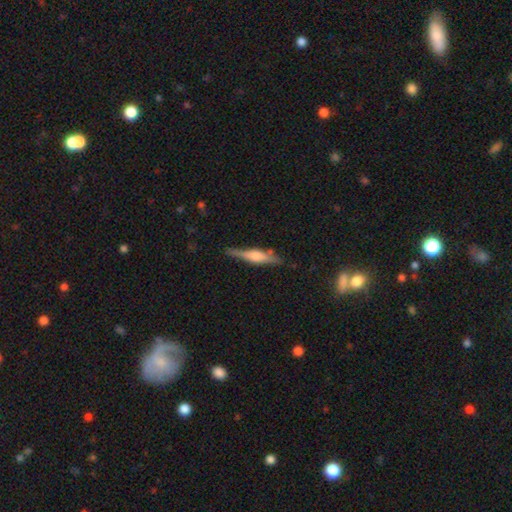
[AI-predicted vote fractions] The model was most divided on "edge-on bulge": rounded: 65%, boxy: 29%, none: 7%. More confident: edge-on disk — yes (96%); merging — none (82%); smooth or featured — featured or disk (68%).